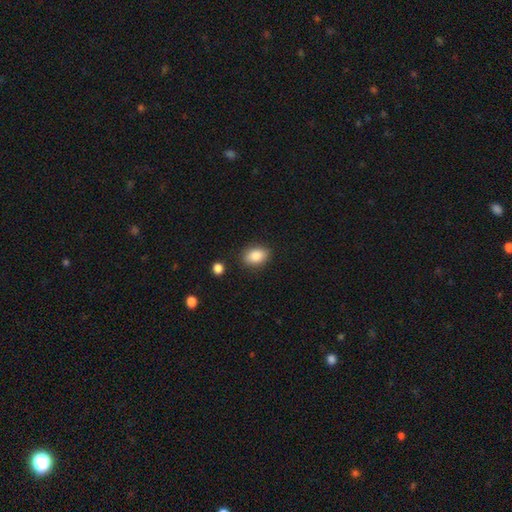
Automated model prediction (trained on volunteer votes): smooth 87%, star or artifact 8%, featured or disk 6%. Down the decision tree: how rounded — in between (82%); merging — none (84%).